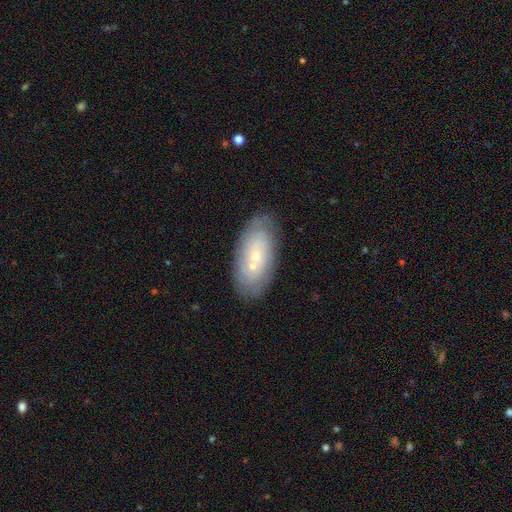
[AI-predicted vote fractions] The model was most divided on "smooth or featured": featured or disk: 51%, smooth: 41%, star or artifact: 8%. More confident: edge-on disk — no (90%); merging — none (66%).